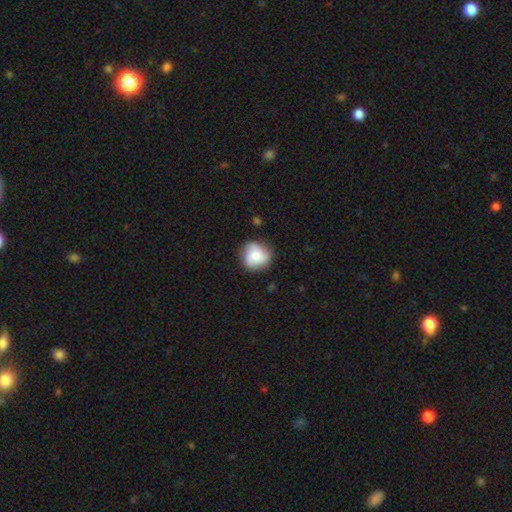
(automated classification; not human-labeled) This is likely a smooth galaxy (66%). How rounded: clearly round (88%). Merging: likely none (76%).